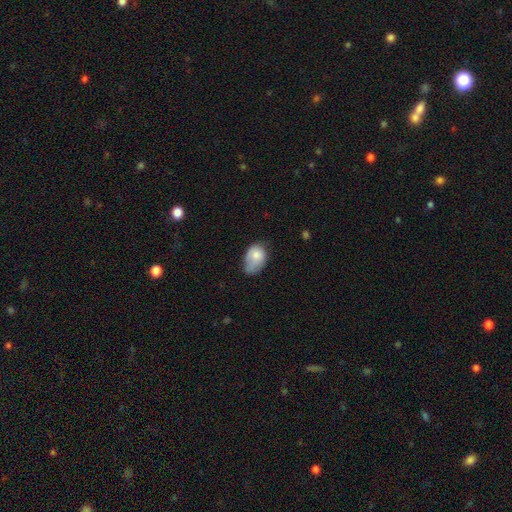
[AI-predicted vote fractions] This appears to be a smooth galaxy with no disk features (75%) that is in between round and cigar-shaped (80%). Merging: minor disturbance (44%).